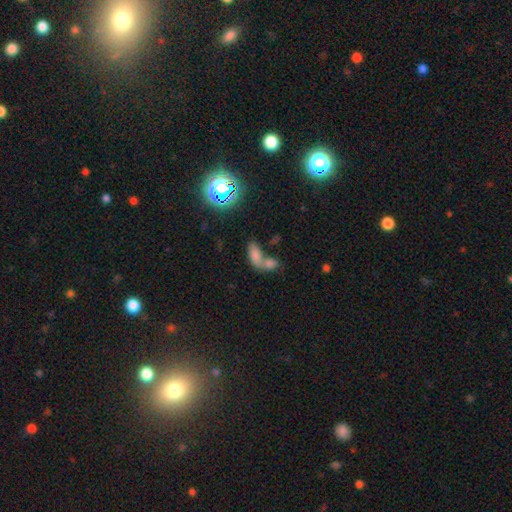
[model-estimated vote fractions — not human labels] This appears to be a smooth galaxy with no disk features (71%) that is in between round and cigar-shaped (85%). Merging: merger (67%).